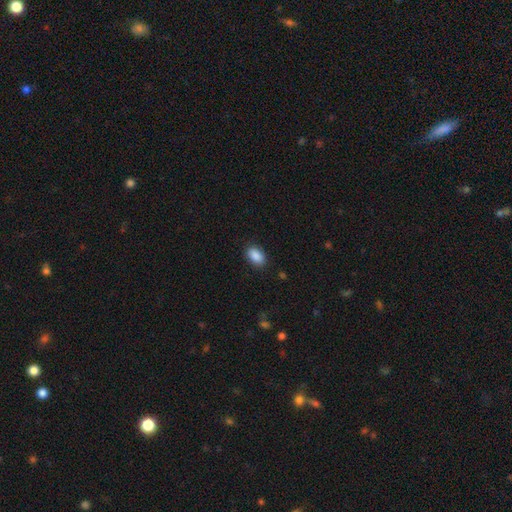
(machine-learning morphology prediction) Smooth or featured? Predicted: smooth (p=0.90). How rounded? Predicted: in between (p=0.90). Merging? Predicted: none (p=0.87).